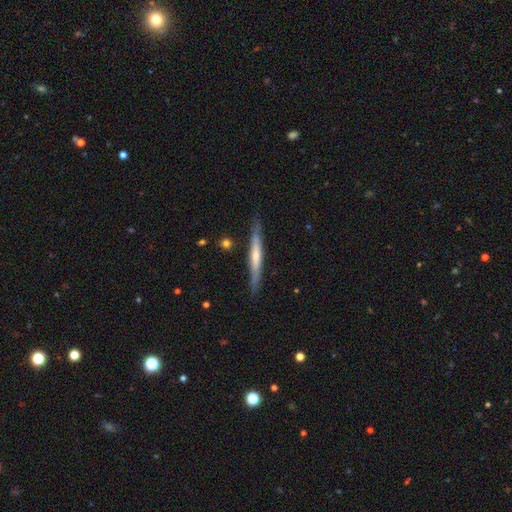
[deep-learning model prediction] Morphology: type=featured or disk (48%); merging=none (85%).